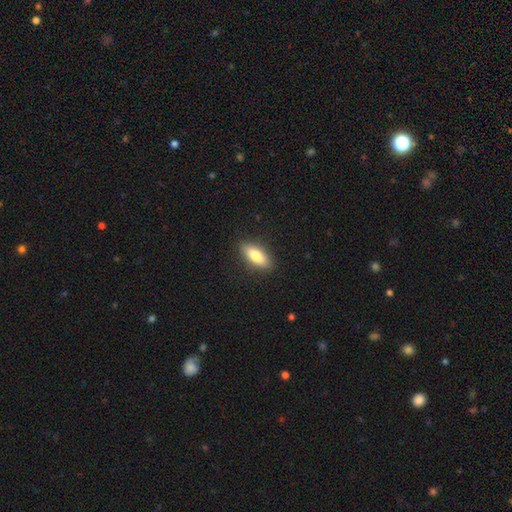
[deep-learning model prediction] Overall: smooth (76%). How rounded: in between (74%). Merging: none (89%).